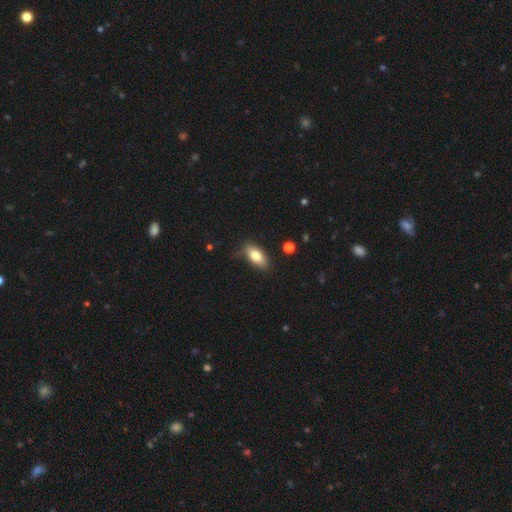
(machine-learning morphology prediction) Smooth or featured: smooth — 79% (featured or disk — 14%)
How rounded: in between — 89% (cigar-shaped — 7%)
Merging: none — 68% (minor disturbance — 24%)